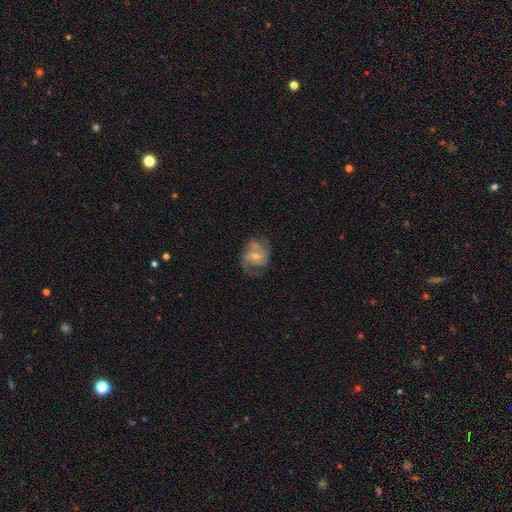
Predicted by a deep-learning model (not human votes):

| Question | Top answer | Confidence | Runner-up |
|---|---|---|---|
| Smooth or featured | featured or disk | 73% | smooth (20%) |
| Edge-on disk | no | 98% | yes (2%) |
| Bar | no | 62% | weak (31%) |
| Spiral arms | yes | 89% | no (11%) |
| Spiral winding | medium | 47% | tight (28%) |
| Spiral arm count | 2 | 49% | 3 (18%) |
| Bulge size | small | 48% | moderate (47%) |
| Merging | none | 55% | minor disturbance (23%) |